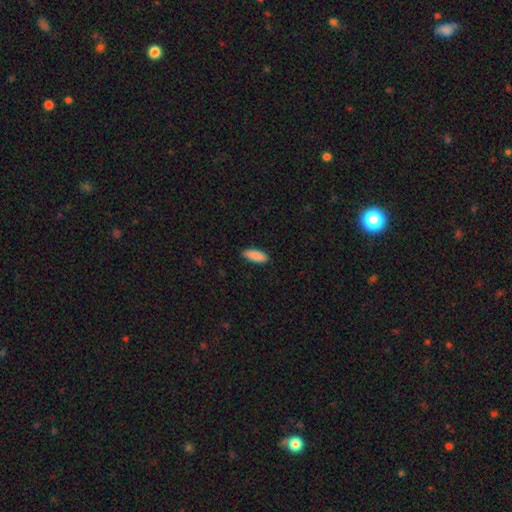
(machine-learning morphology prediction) Q: Smooth or featured?
A: smooth (90%); runner-up: star or artifact (6%)
Q: How rounded?
A: in between (66%); runner-up: cigar-shaped (32%)
Q: Merging?
A: none (88%); runner-up: minor disturbance (9%)